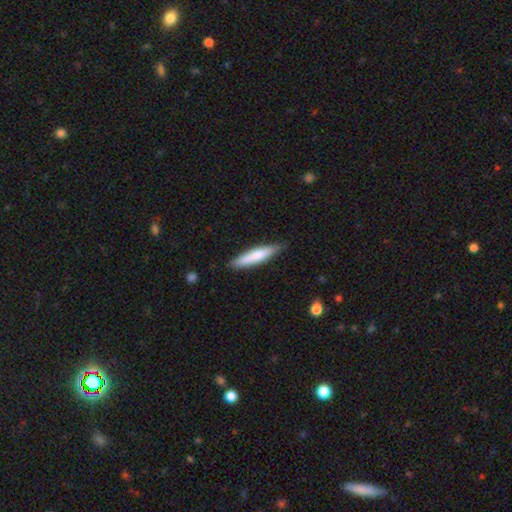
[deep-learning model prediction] Q: Smooth or featured?
A: smooth (73%); runner-up: featured or disk (22%)
Q: How rounded?
A: cigar-shaped (85%); runner-up: in between (14%)
Q: Merging?
A: none (84%); runner-up: minor disturbance (13%)